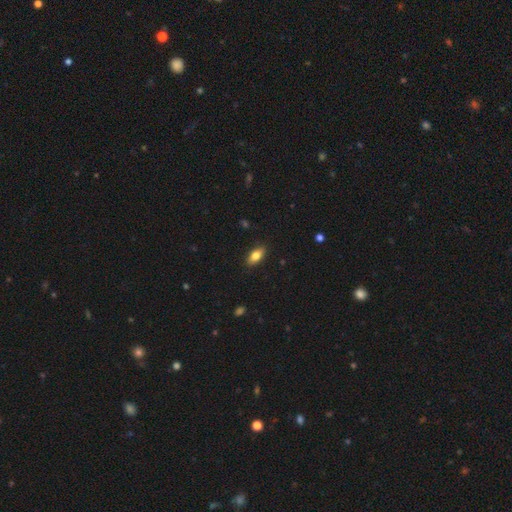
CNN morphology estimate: This is likely a smooth galaxy (79%). How rounded: clearly in between (87%). Merging: clearly none (88%).